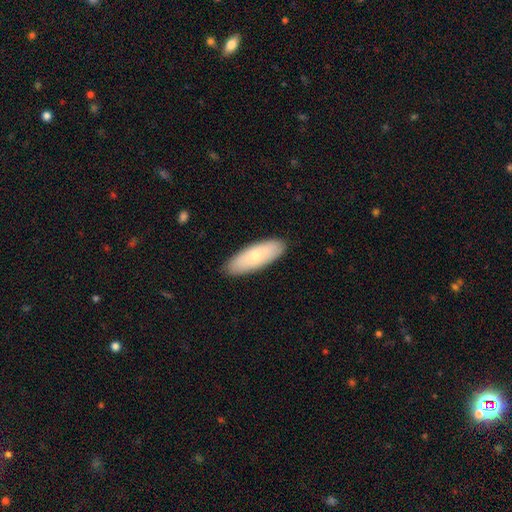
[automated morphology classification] This is likely a smooth galaxy (74%). How rounded: likely in between (66%). Merging: clearly none (88%).